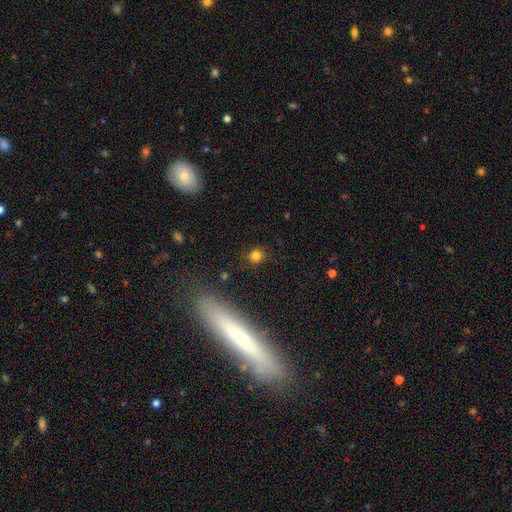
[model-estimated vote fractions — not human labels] The model was most divided on "smooth or featured": smooth: 78%, star or artifact: 16%, featured or disk: 6%. More confident: how rounded — round (88%); merging — none (85%).